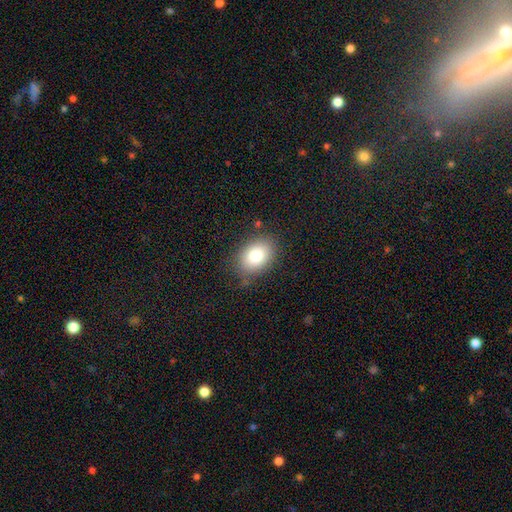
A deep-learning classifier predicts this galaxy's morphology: smooth_or_featured: smooth (p=0.83) [alt: featured or disk p=0.09]
how_rounded: in between (p=0.79) [alt: round p=0.20]
merging: none (p=0.78) [alt: minor disturbance p=0.16]